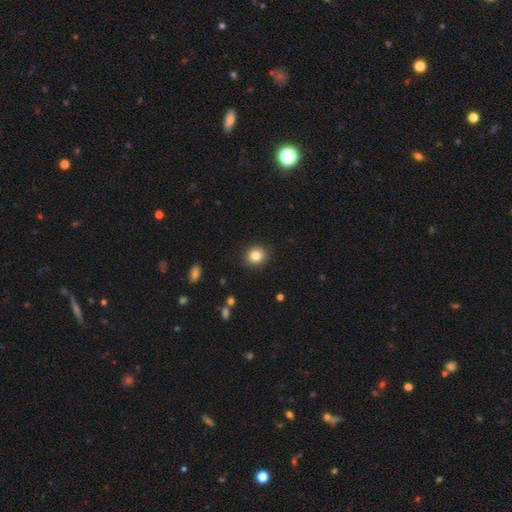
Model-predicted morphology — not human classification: Q: Smooth or featured?
A: smooth (83%); runner-up: star or artifact (10%)
Q: How rounded?
A: round (83%); runner-up: in between (16%)
Q: Merging?
A: none (90%); runner-up: minor disturbance (7%)